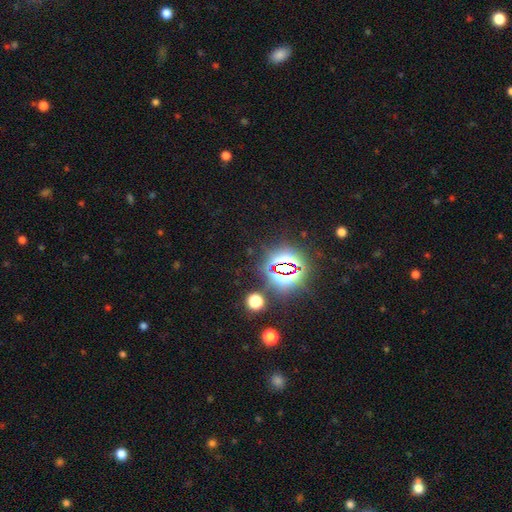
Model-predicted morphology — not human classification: This is clearly a star or artifact rather than a galaxy (83%).